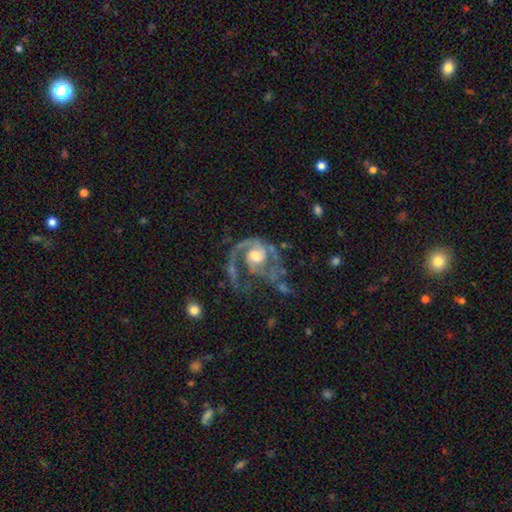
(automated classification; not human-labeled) A featured or disk galaxy (87%) with no bar (68%), 2 (44%) medium (46%) spiral arms (94%) and a moderate central bulge (63%). Merging: major disturbance (41%).